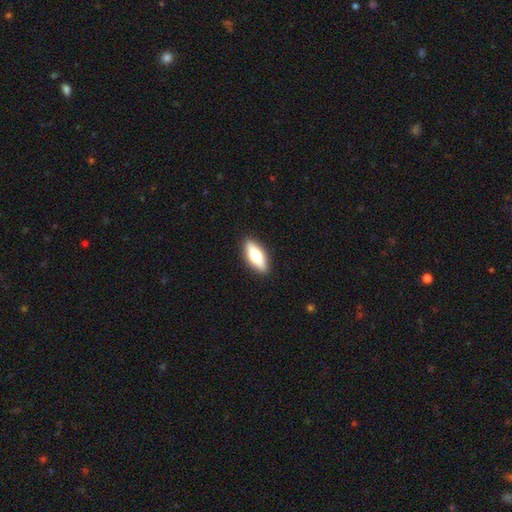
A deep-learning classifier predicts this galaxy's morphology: The model was most divided on "smooth or featured": smooth: 60%, featured or disk: 35%, star or artifact: 6%. More confident: merging — none (90%); how rounded — in between (67%).